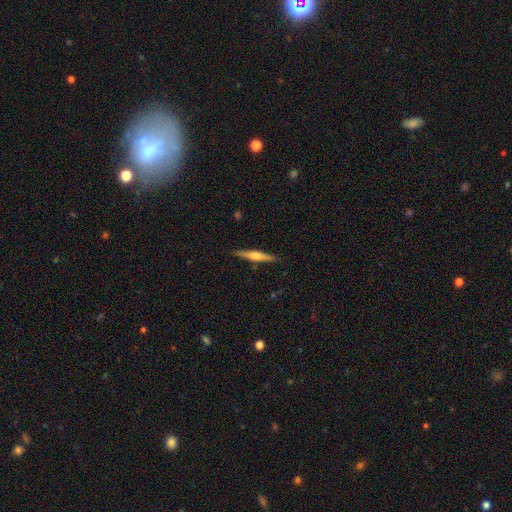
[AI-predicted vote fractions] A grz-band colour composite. It shows a featured or disk galaxy (54%) viewed edge-on (97%) with a rounded central bulge (76%). Merging: none (89%).